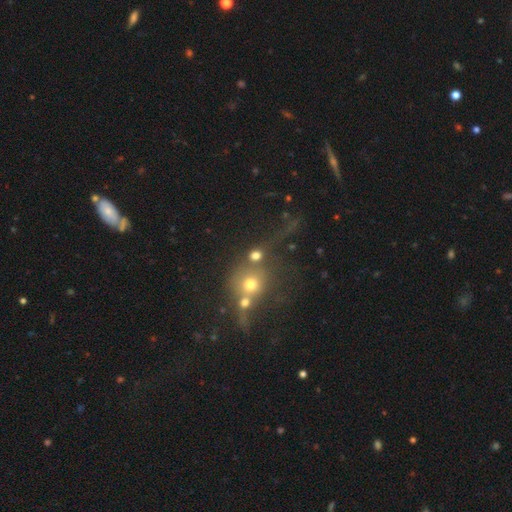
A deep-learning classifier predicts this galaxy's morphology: The model was most divided on "merging": none: 41%, merger: 39%, major disturbance: 11%, minor disturbance: 9%. More confident: how rounded — round (80%); smooth or featured — smooth (65%).